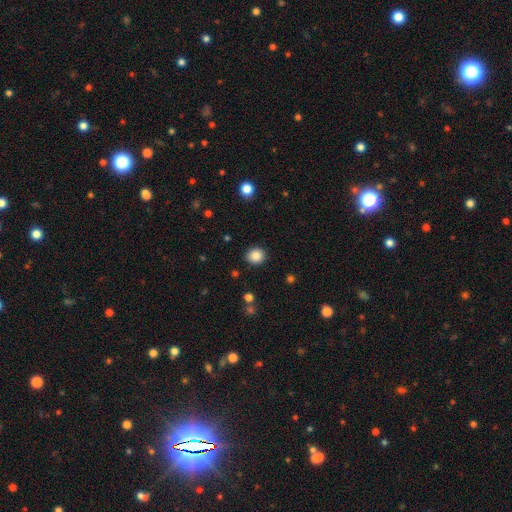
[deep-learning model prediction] This appears to be a smooth galaxy with no disk features (85%) that is round (86%). Merging: none (90%).